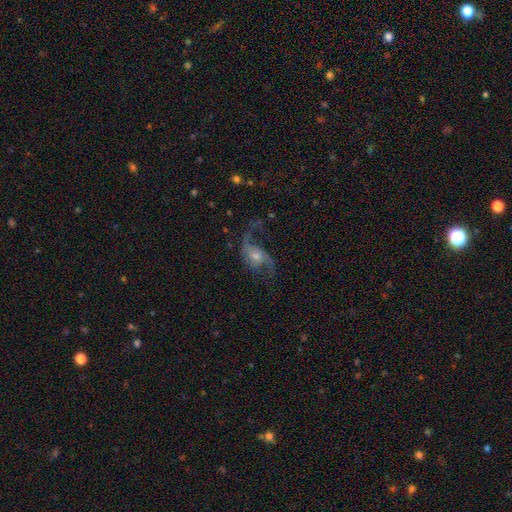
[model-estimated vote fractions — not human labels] Smooth or featured? Predicted: featured or disk (p=0.83). Edge-on disk? Predicted: no (p=0.97). Bar? Predicted: no (p=0.57). Spiral arms? Predicted: yes (p=0.94). Spiral winding? Predicted: loose (p=0.74). Spiral arm count? Predicted: 2 (p=0.89). Bulge size? Predicted: moderate (p=0.47). Merging? Predicted: none (p=0.58).